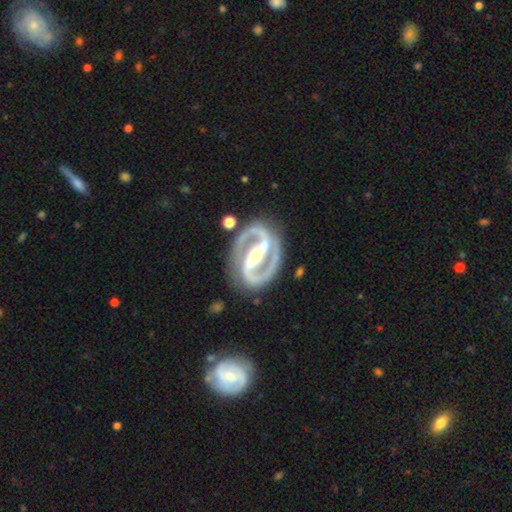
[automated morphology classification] Smooth or featured? Predicted: featured or disk (p=0.94). Edge-on disk? Predicted: no (p=0.98). Bar? Predicted: strong (p=0.78). Spiral arms? Predicted: yes (p=0.97). Spiral winding? Predicted: medium (p=0.52). Spiral arm count? Predicted: 2 (p=0.94). Bulge size? Predicted: moderate (p=0.59). Merging? Predicted: none (p=0.84).